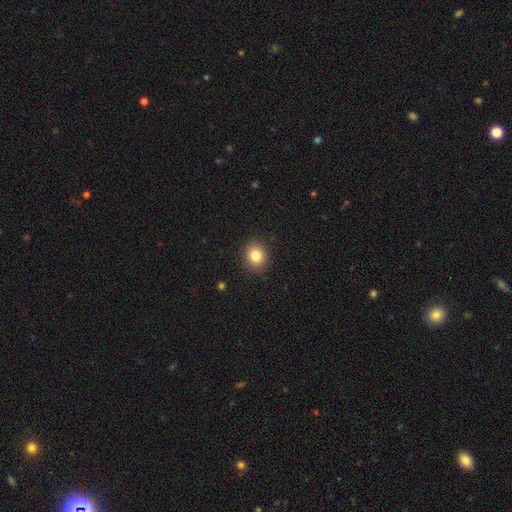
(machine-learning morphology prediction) This appears to be a smooth galaxy with no disk features (83%) that is round (76%). Merging: none (90%).